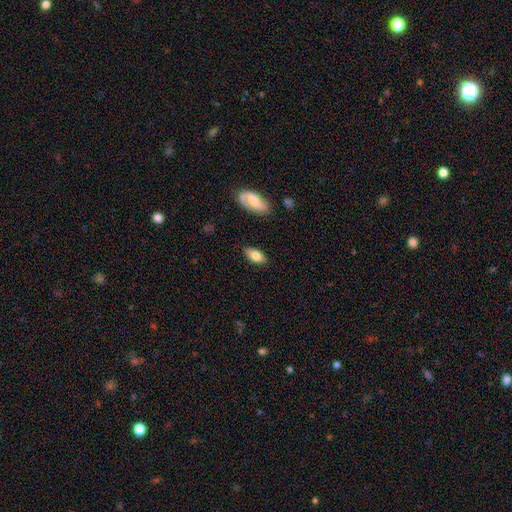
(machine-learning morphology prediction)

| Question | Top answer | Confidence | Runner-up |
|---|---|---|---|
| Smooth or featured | smooth | 77% | featured or disk (17%) |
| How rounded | in between | 89% | cigar-shaped (7%) |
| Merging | none | 81% | minor disturbance (14%) |